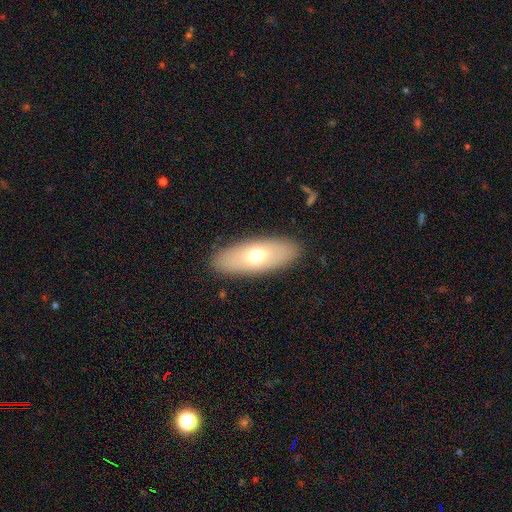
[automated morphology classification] Smooth or featured?
  - smooth: 64% *
  - featured or disk: 30%
  - star or artifact: 6%
How rounded?
  - in between: 78% *
  - cigar-shaped: 19%
  - round: 3%
Merging?
  - none: 88% *
  - minor disturbance: 8%
  - major disturbance: 3%
  - merger: 1%